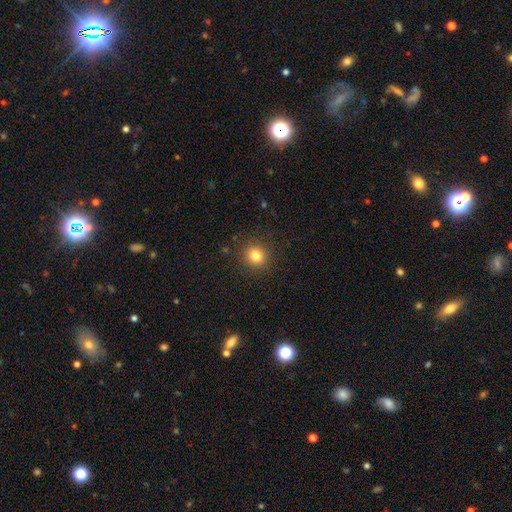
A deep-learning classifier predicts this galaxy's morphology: smooth-or-featured: smooth: 81% | star or artifact: 13% | featured or disk: 6%
  how-rounded: round: 89% | in between: 10% | cigar-shaped: 1%
  merging: none: 90% | minor disturbance: 6% | major disturbance: 2% | merger: 1%